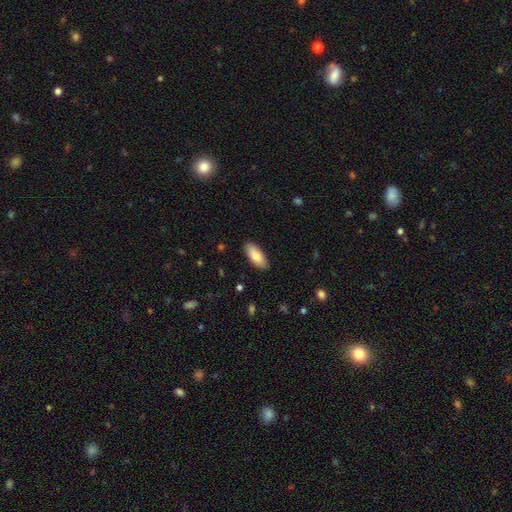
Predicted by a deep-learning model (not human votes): The model was most divided on "smooth or featured": smooth: 81%, featured or disk: 13%, star or artifact: 6%. More confident: merging — none (89%); how rounded — in between (84%).